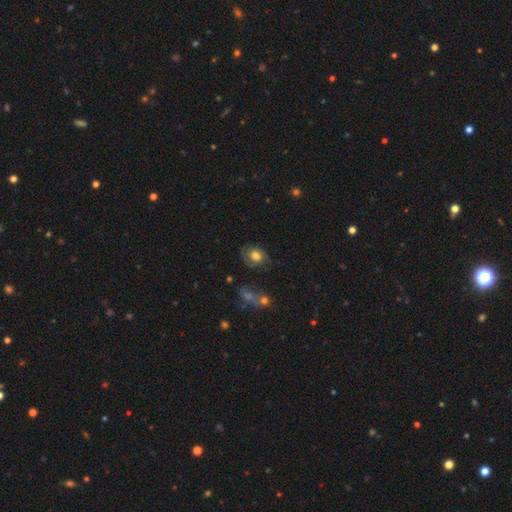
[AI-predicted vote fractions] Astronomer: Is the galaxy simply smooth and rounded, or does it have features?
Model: smooth — 62%.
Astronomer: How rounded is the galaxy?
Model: in between — 57% (runner-up: round, 42%).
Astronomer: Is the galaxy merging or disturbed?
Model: none — 60%.